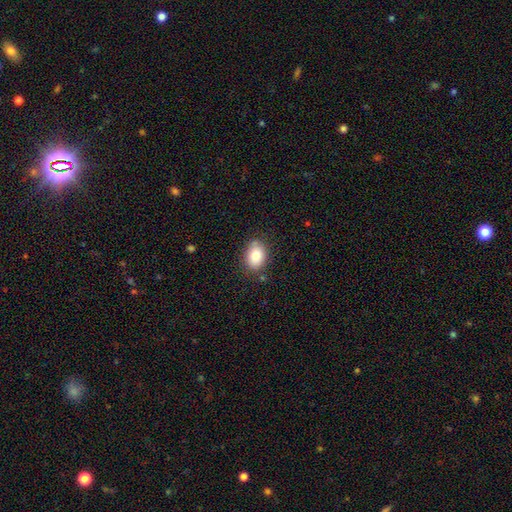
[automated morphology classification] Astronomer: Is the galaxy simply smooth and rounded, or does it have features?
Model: smooth — 82%.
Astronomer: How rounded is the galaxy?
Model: in between — 74%.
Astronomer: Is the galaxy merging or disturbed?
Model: none — 79%.